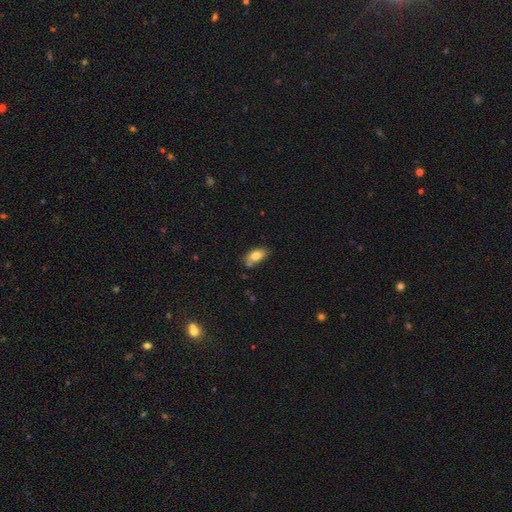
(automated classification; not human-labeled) Smooth or featured? smooth (79%)
How rounded? in between (90%)
Merging? none (67%)